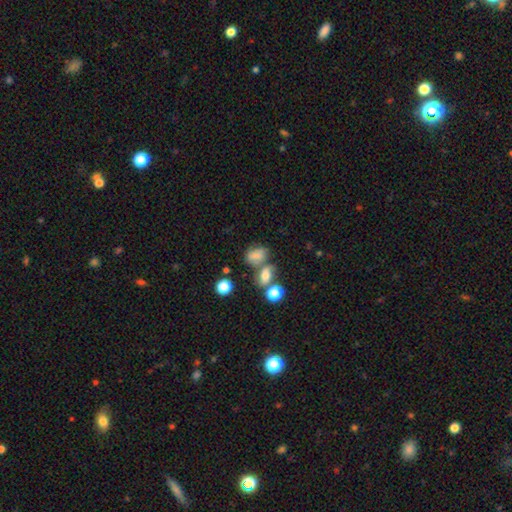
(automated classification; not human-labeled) A smooth galaxy with no disk features (67%) that is in between round and cigar-shaped (70%).

Vote fractions:
- Smooth or featured? smooth: 67% / featured or disk: 17% / star or artifact: 16%
- How rounded? in between: 70% / round: 28% / cigar-shaped: 2%
- Merging? none: 38% / merger: 35% / minor disturbance: 17% / major disturbance: 10%